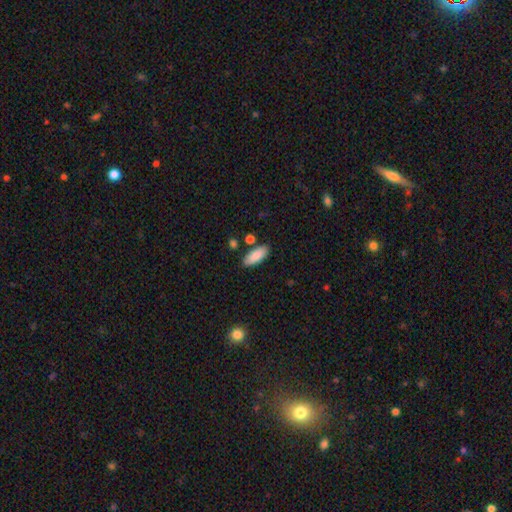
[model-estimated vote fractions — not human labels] Q: Smooth or featured?
A: smooth (88%); runner-up: featured or disk (6%)
Q: How rounded?
A: in between (79%); runner-up: cigar-shaped (19%)
Q: Merging?
A: none (82%); runner-up: minor disturbance (11%)